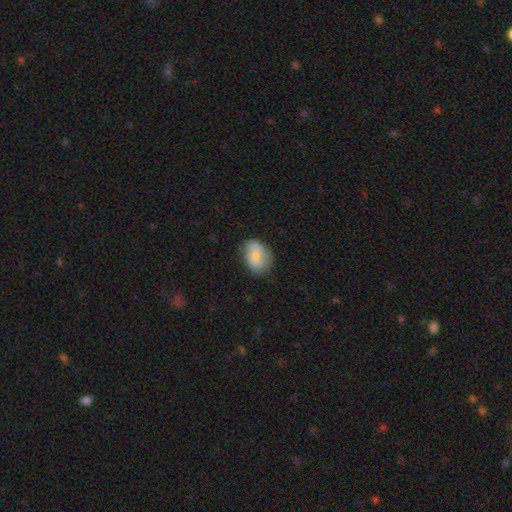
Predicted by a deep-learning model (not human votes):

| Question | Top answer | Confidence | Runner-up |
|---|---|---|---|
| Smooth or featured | smooth | 56% | featured or disk (37%) |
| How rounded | in between | 70% | round (29%) |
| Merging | none | 67% | minor disturbance (25%) |